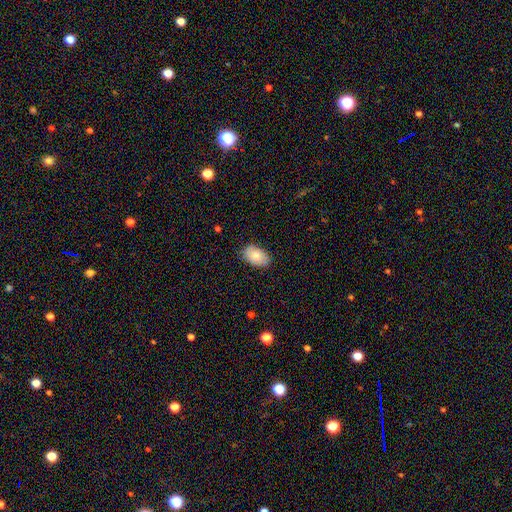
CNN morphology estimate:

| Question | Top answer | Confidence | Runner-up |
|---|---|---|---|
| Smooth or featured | smooth | 76% | featured or disk (17%) |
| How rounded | in between | 90% | round (9%) |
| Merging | none | 82% | minor disturbance (15%) |